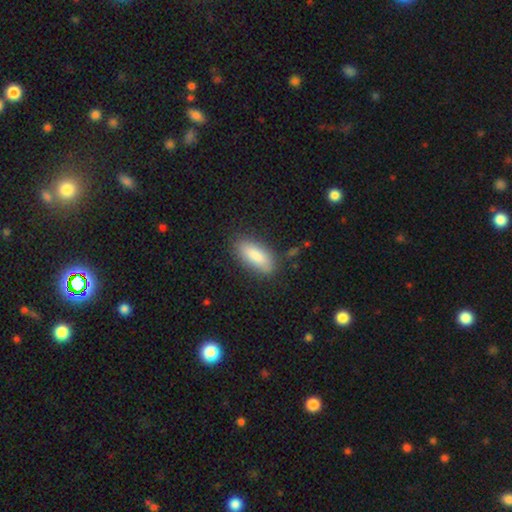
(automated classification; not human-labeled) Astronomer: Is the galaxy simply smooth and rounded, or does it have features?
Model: smooth — 85%.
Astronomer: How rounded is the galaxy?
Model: in between — 77%.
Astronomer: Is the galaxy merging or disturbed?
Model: none — 81%.